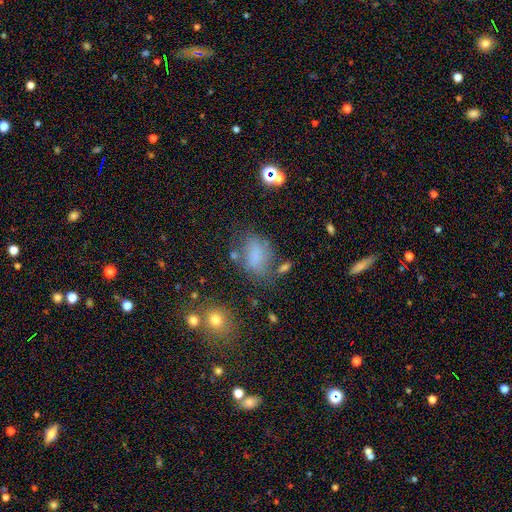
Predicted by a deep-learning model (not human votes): A smooth galaxy with no disk features (68%) that is in between round and cigar-shaped (80%). Merging: none (52%).